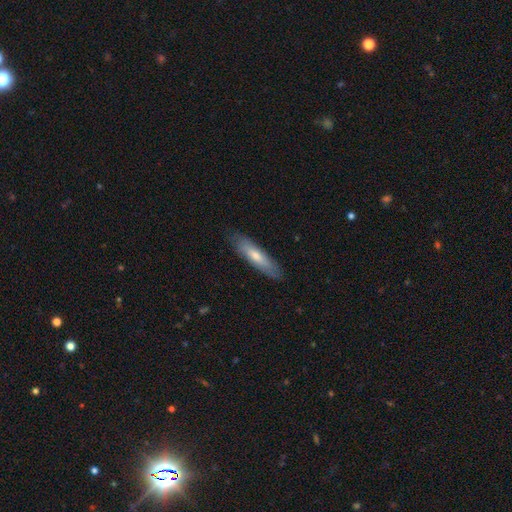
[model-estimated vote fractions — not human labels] Smooth or featured? smooth (62%)
How rounded? cigar-shaped (73%)
Merging? none (84%)